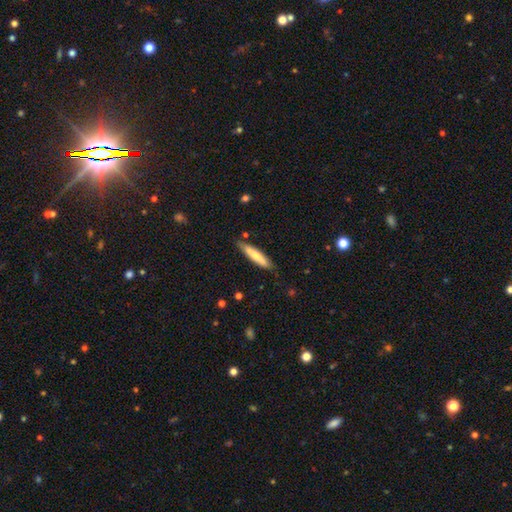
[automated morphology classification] type=smooth (70%); roundness=cigar-shaped (84%); merging=none (83%).